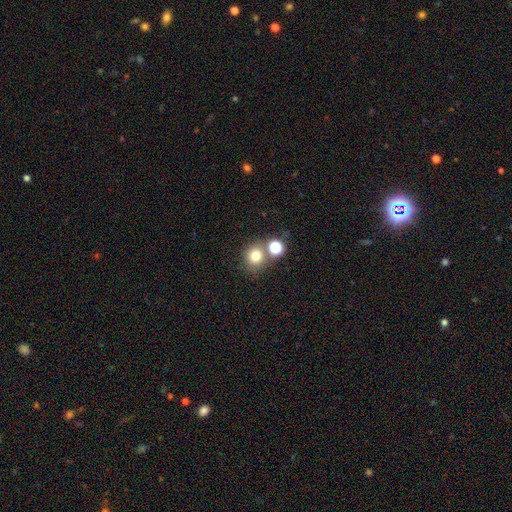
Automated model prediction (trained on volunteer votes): The model was most divided on "merging": none: 62%, merger: 25%, minor disturbance: 9%, major disturbance: 4%. More confident: how rounded — round (84%); smooth or featured — smooth (76%).